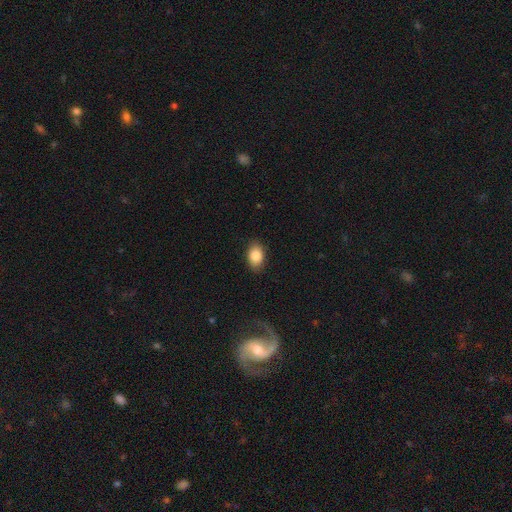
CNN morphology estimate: The model was most divided on "how rounded": in between: 85%, round: 13%, cigar-shaped: 1%. More confident: smooth or featured — smooth (86%); merging — none (85%).